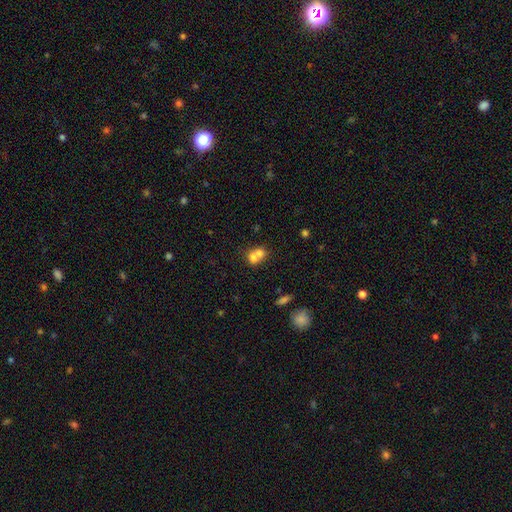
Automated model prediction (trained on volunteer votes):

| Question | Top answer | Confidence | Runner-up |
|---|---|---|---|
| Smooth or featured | smooth | 69% | featured or disk (20%) |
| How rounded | round | 68% | in between (31%) |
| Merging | merger | 69% | none (24%) |